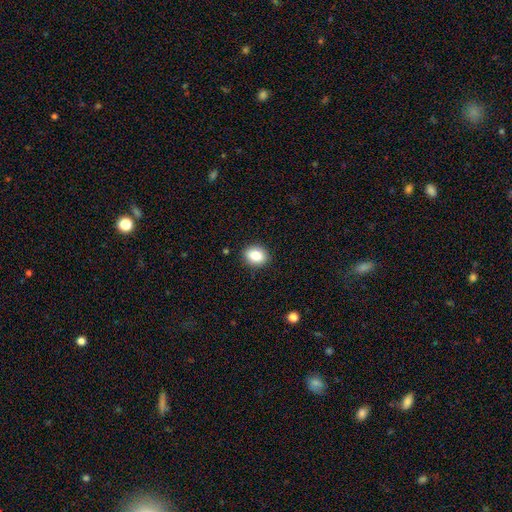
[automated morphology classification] Smooth or featured: smooth — 83% (star or artifact — 9%)
How rounded: in between — 55% (round — 44%)
Merging: none — 89% (minor disturbance — 8%)